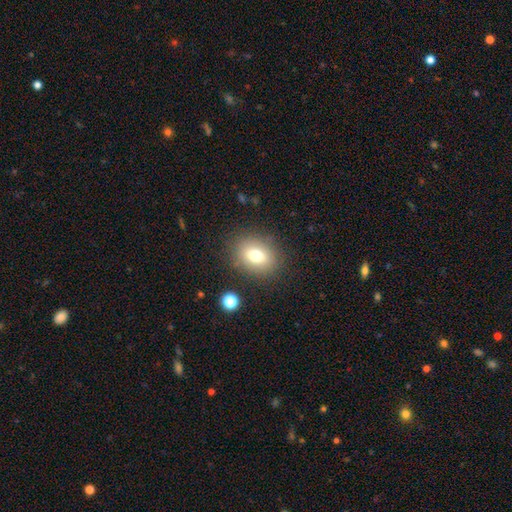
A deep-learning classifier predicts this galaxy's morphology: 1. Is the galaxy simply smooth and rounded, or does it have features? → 73% smooth, 15% featured or disk, 12% star or artifact.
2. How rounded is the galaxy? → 54% in between, 45% round, 1% cigar-shaped.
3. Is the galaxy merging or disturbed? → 83% none, 11% minor disturbance, 4% major disturbance, 2% merger.